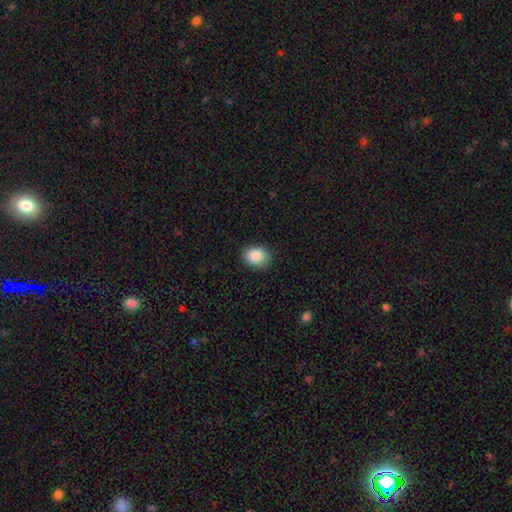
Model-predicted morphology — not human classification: Q: Smooth or featured?
A: smooth (87%); runner-up: star or artifact (8%)
Q: How rounded?
A: in between (61%); runner-up: round (39%)
Q: Merging?
A: none (86%); runner-up: minor disturbance (11%)